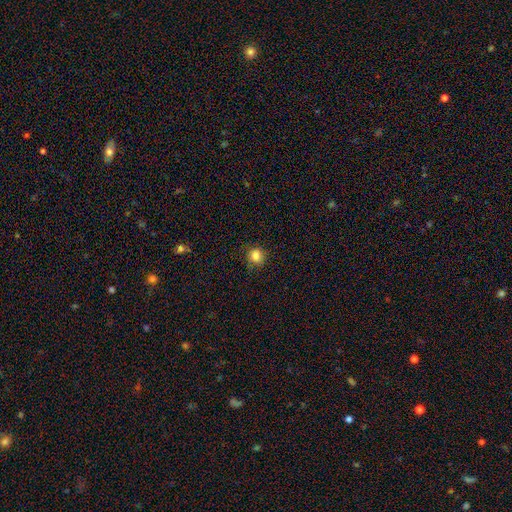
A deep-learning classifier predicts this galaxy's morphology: Smooth or featured? smooth (83%)
How rounded? round (85%)
Merging? none (84%)